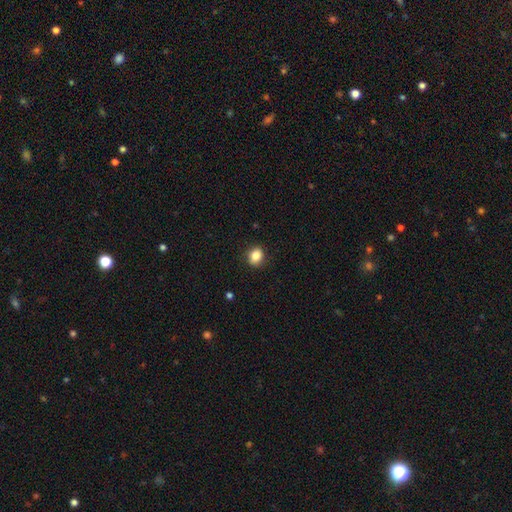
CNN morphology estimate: Smooth or featured? Predicted: smooth (p=0.86). How rounded? Predicted: round (p=0.57). Merging? Predicted: none (p=0.87).